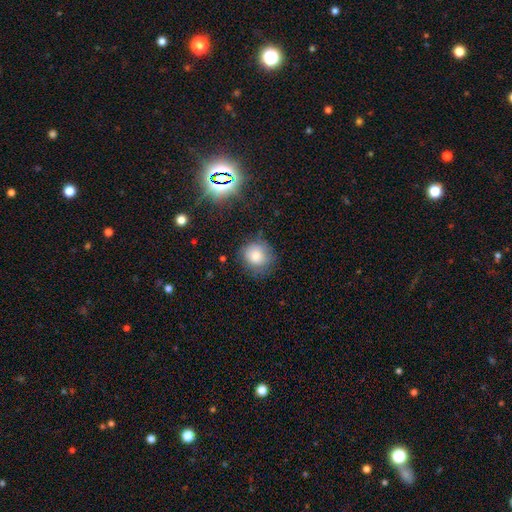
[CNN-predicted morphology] smooth-or-featured: smooth: 77% | featured or disk: 11% | star or artifact: 11%
  how-rounded: round: 83% | in between: 16% | cigar-shaped: 1%
  merging: none: 71% | minor disturbance: 21% | major disturbance: 6% | merger: 2%